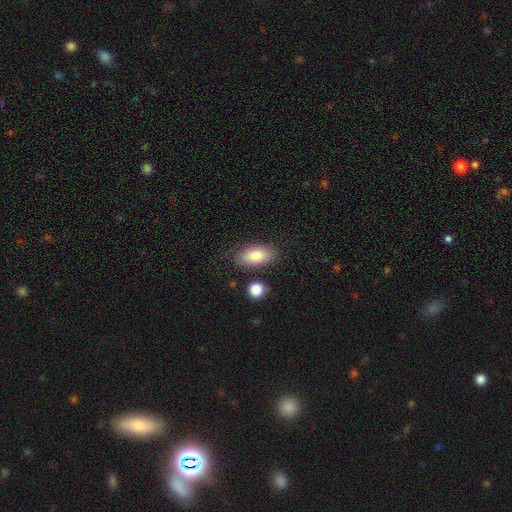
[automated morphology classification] Smooth or featured? Predicted: smooth (p=0.85). How rounded? Predicted: in between (p=0.91). Merging? Predicted: none (p=0.78).